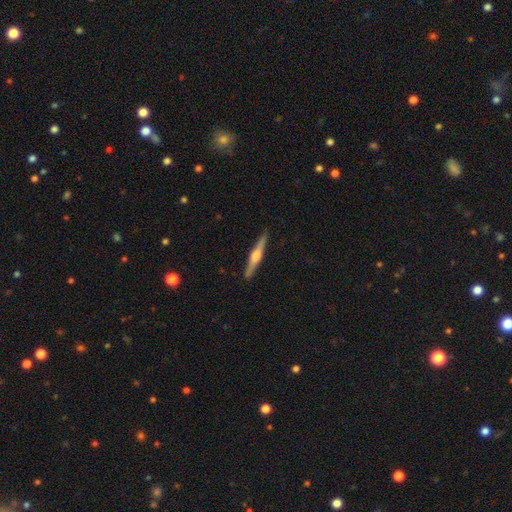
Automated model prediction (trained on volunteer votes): Q: Smooth or featured?
A: featured or disk (76%); runner-up: smooth (19%)
Q: Edge-on disk?
A: yes (98%); runner-up: no (2%)
Q: Edge-on bulge?
A: rounded (88%); runner-up: boxy (9%)
Q: Merging?
A: none (92%); runner-up: minor disturbance (6%)